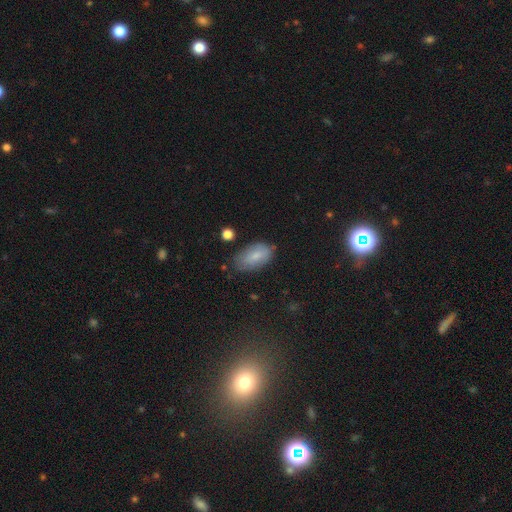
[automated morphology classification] Smooth or featured? smooth (75%)
How rounded? in between (93%)
Merging? none (69%)